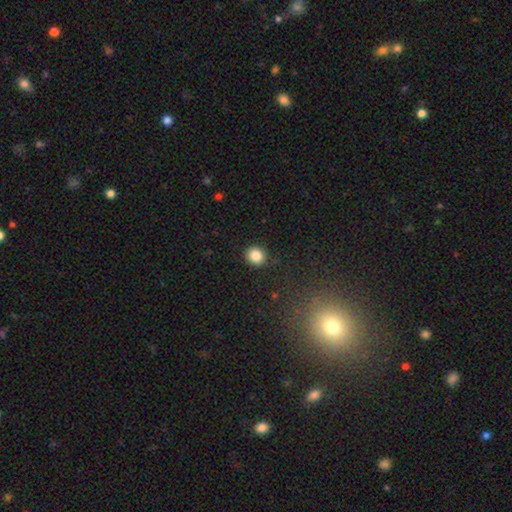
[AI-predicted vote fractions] The model was most divided on "how rounded": round: 86%, in between: 13%, cigar-shaped: 1%. More confident: merging — none (90%); smooth or featured — smooth (86%).